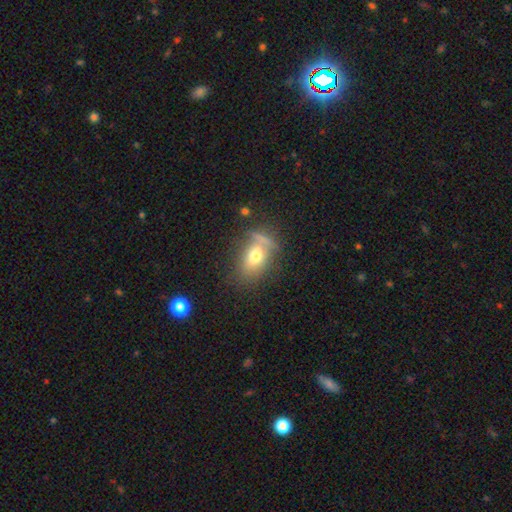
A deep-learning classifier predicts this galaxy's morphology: type=smooth (68%); roundness=in between (77%); merging=none (51%).